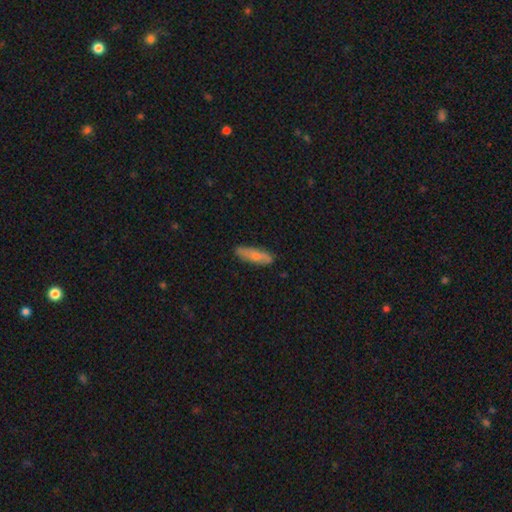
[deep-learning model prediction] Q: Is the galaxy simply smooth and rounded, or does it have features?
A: smooth — 71%.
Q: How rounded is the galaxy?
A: cigar-shaped — 52%.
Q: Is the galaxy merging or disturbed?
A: none — 83%.